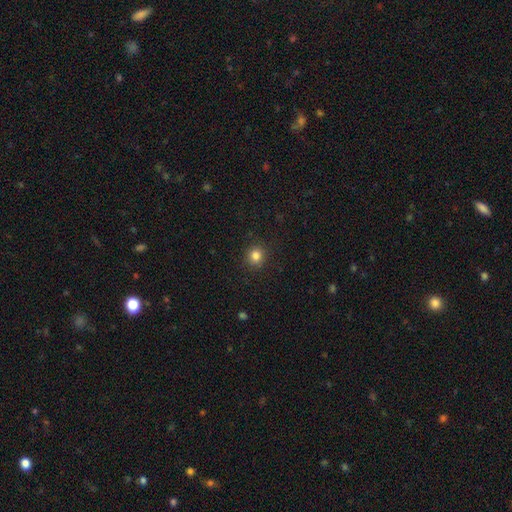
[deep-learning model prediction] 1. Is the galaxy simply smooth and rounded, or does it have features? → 83% smooth, 12% star or artifact, 5% featured or disk.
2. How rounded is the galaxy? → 88% round, 11% in between, 1% cigar-shaped.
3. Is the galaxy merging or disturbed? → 89% none, 7% minor disturbance, 2% major disturbance, 1% merger.